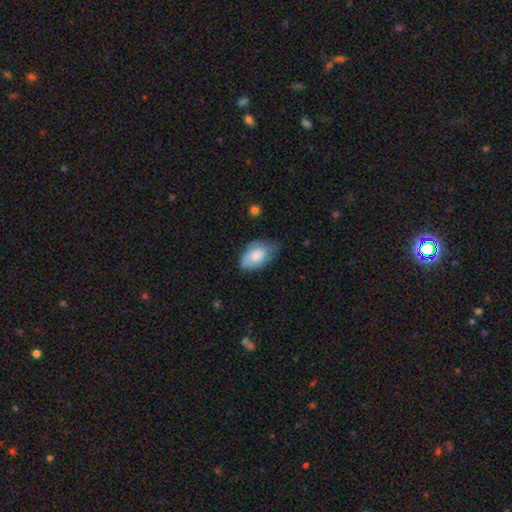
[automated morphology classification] The model was most divided on "merging": none: 53%, minor disturbance: 36%, major disturbance: 9%, merger: 2%. More confident: how rounded — in between (94%); smooth or featured — smooth (75%).